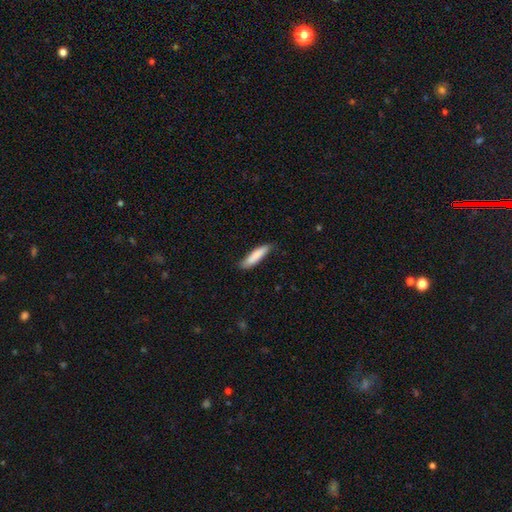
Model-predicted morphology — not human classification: smooth-or-featured: smooth: 84% | featured or disk: 10% | star or artifact: 6%
  how-rounded: cigar-shaped: 76% | in between: 23% | round: 1%
  merging: none: 78% | minor disturbance: 18% | major disturbance: 3% | merger: 1%